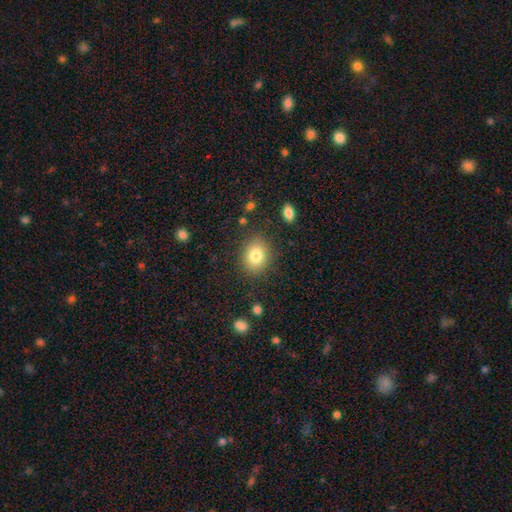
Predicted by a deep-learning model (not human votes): smooth_or_featured: smooth (p=0.80) [alt: star or artifact p=0.10]
how_rounded: round (p=0.50) [alt: in between p=0.49]
merging: none (p=0.85) [alt: minor disturbance p=0.10]